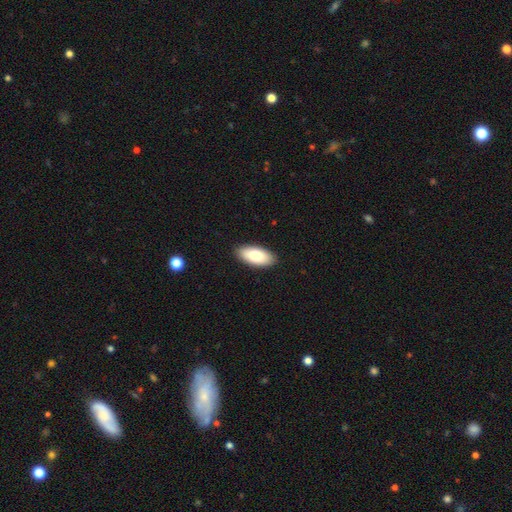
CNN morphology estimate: This appears to be a smooth galaxy with no disk features (84%) that is in between round and cigar-shaped (91%). Merging: none (90%).